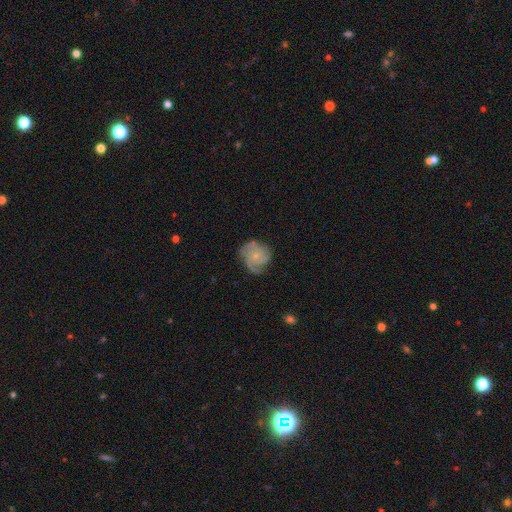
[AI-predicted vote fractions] This is likely a featured or disk galaxy (72%). It is clearly not viewed edge-on (98%). Bar: clearly no (81%). Spiral arm pattern: clearly yes (93%). Spiral arm count: marginally 3 (45%). Spiral winding: possibly tight (48%). Central bulge: likely small (70%). Merging: likely none (64%).